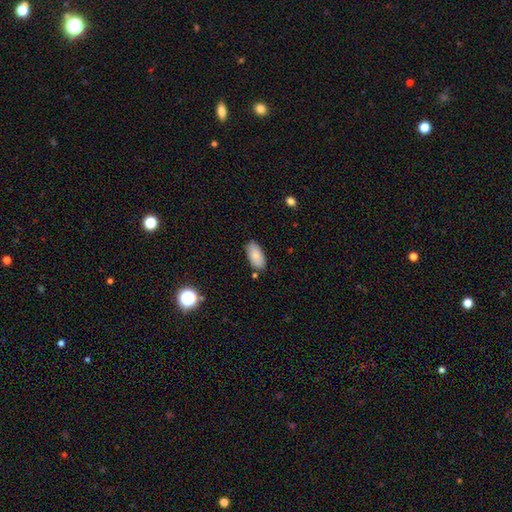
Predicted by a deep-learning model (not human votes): Q: Smooth or featured?
A: smooth (85%); runner-up: featured or disk (8%)
Q: How rounded?
A: in between (93%); runner-up: cigar-shaped (5%)
Q: Merging?
A: none (84%); runner-up: minor disturbance (11%)